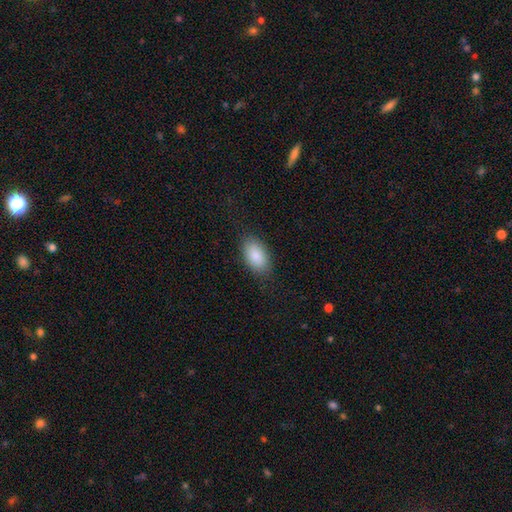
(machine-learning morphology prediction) type=smooth (88%); roundness=in between (94%); merging=none (84%).